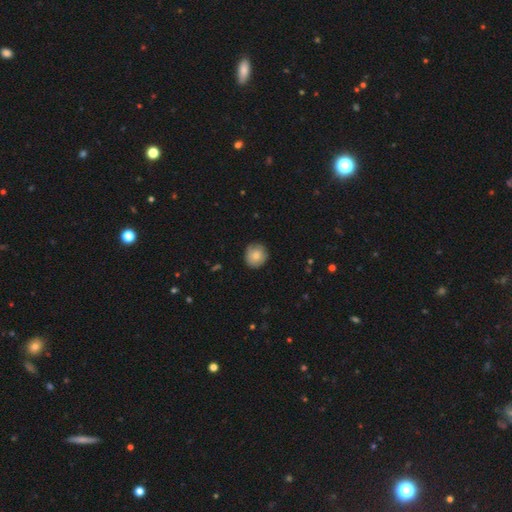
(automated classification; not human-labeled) Q: Smooth or featured?
A: smooth (77%); runner-up: featured or disk (16%)
Q: How rounded?
A: round (91%); runner-up: in between (8%)
Q: Merging?
A: none (82%); runner-up: minor disturbance (14%)